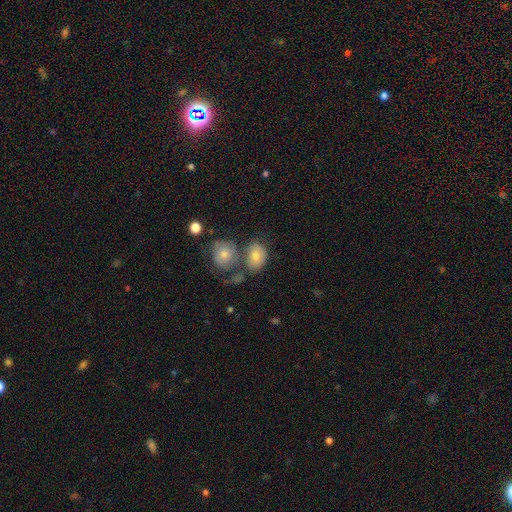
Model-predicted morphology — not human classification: smooth-or-featured: smooth: 69% | featured or disk: 20% | star or artifact: 11%
  how-rounded: in between: 60% | round: 39% | cigar-shaped: 1%
  merging: none: 52% | merger: 29% | minor disturbance: 14% | major disturbance: 6%